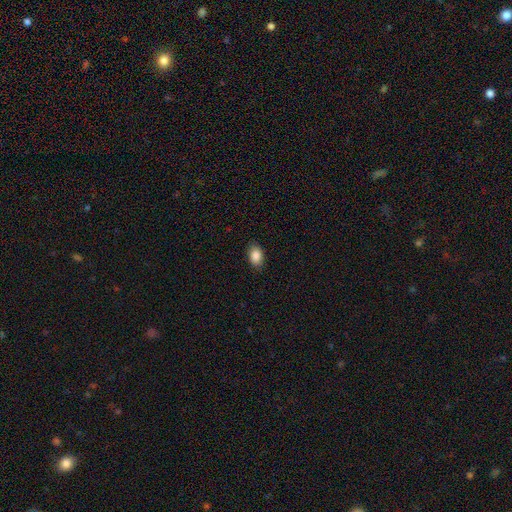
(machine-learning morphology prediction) This is clearly a smooth galaxy (88%). How rounded: clearly in between (88%). Merging: clearly none (88%).